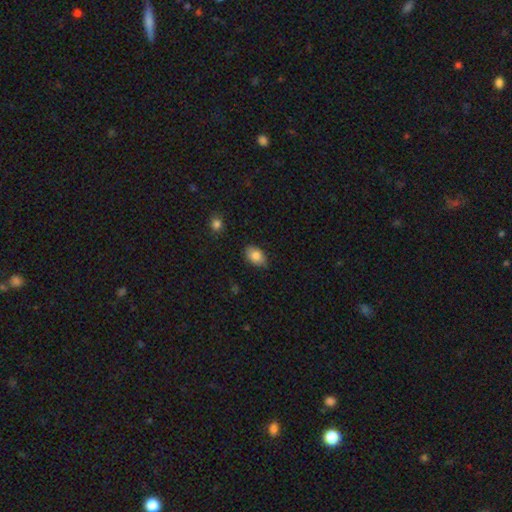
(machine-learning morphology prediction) smooth 83%, featured or disk 9%, star or artifact 8%. Down the decision tree: how rounded — in between (84%); merging — none (80%).